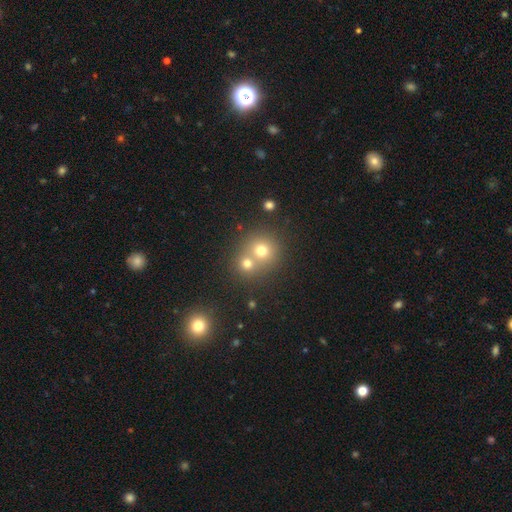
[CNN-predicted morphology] Q: Smooth or featured?
A: smooth (64%); runner-up: star or artifact (22%)
Q: How rounded?
A: round (86%); runner-up: in between (13%)
Q: Merging?
A: none (47%); runner-up: merger (45%)